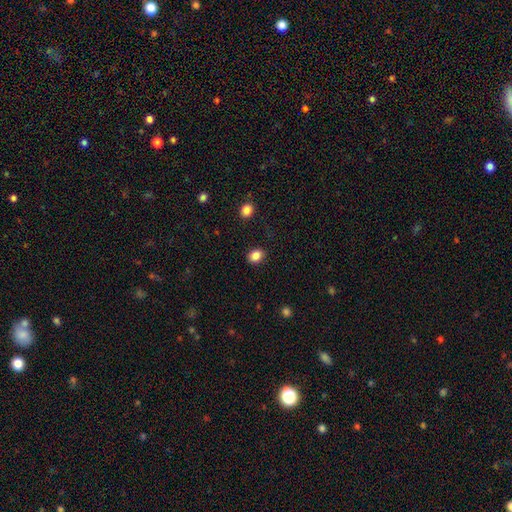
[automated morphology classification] The model was most divided on "how rounded": in between: 53%, round: 46%, cigar-shaped: 1%. More confident: merging — none (87%); smooth or featured — smooth (86%).